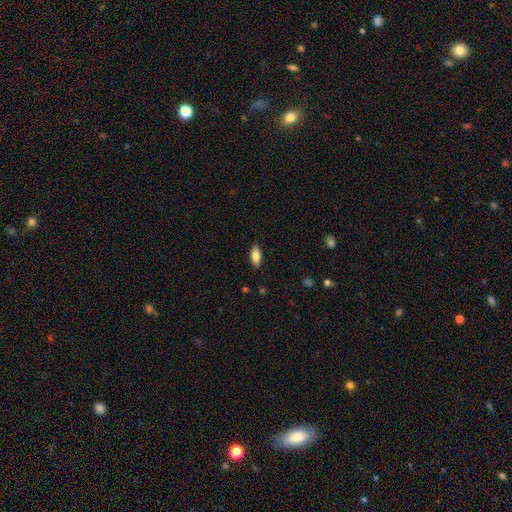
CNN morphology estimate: Smooth or featured? smooth (84%)
How rounded? in between (83%)
Merging? none (87%)